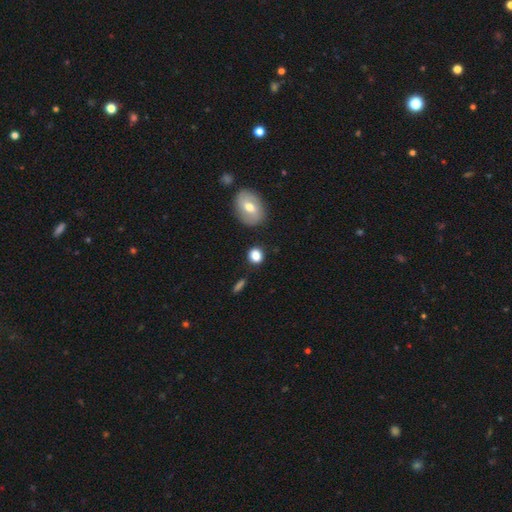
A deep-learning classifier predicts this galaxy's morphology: Smooth or featured? smooth (84%)
How rounded? round (71%)
Merging? none (82%)